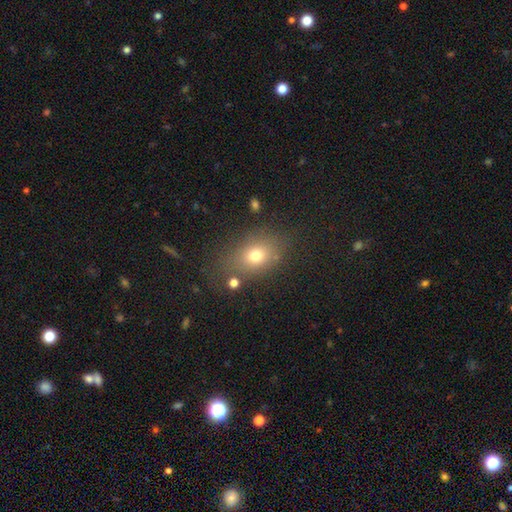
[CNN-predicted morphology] type=smooth (72%); roundness=in between (62%); merging=none (72%).